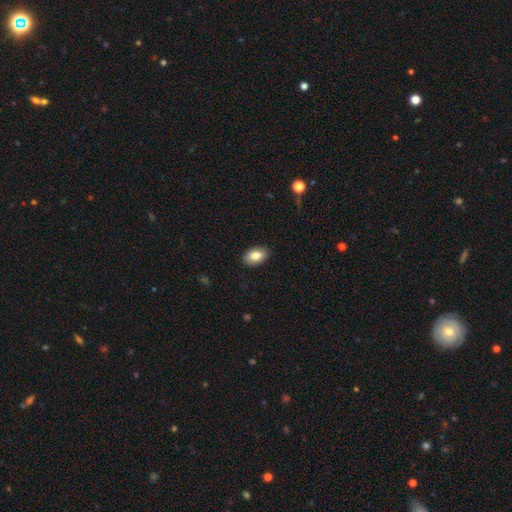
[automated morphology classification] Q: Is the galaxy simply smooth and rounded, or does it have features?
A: smooth — 84%.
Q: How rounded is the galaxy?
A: in between — 88%.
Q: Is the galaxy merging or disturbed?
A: none — 89%.